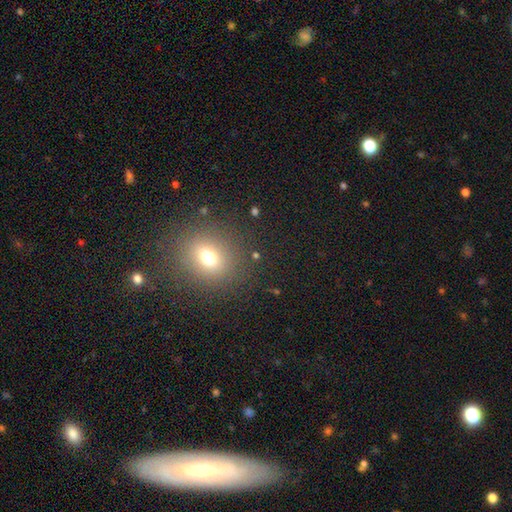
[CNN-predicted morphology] type=smooth (65%); roundness=round (65%); merging=none (86%).